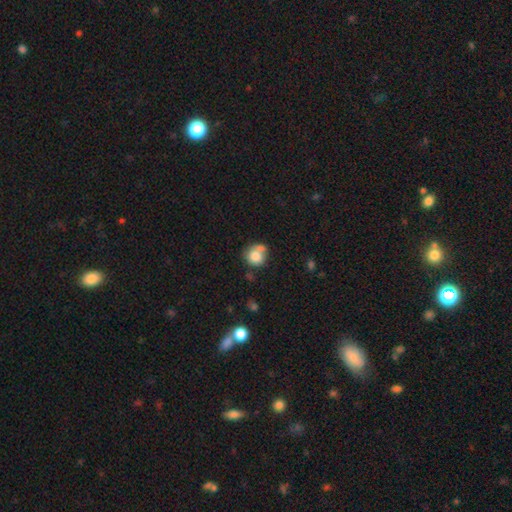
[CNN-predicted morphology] Smooth or featured: smooth — 79% (featured or disk — 12%)
How rounded: round — 81% (in between — 18%)
Merging: none — 44% (merger — 31%)